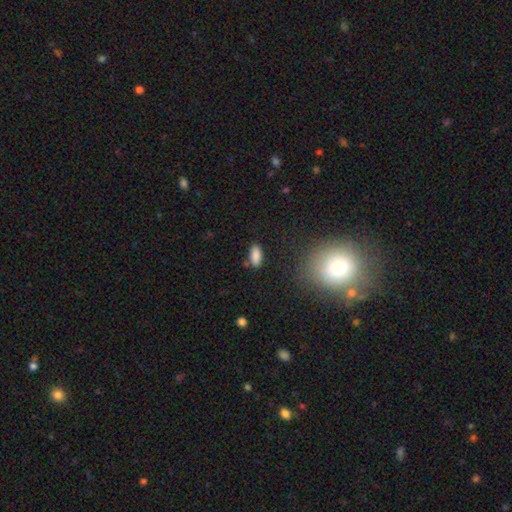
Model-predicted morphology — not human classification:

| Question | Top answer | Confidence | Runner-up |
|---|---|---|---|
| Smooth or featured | smooth | 87% | star or artifact (8%) |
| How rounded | in between | 87% | cigar-shaped (10%) |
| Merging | none | 81% | minor disturbance (13%) |